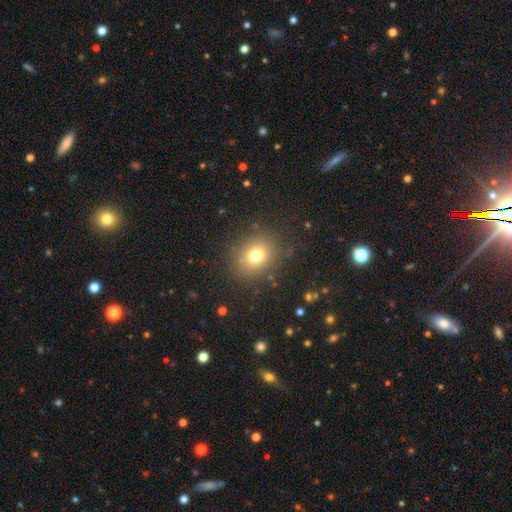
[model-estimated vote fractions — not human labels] The model was most divided on "how rounded": round: 66%, in between: 33%, cigar-shaped: 1%. More confident: merging — none (84%); smooth or featured — smooth (73%).